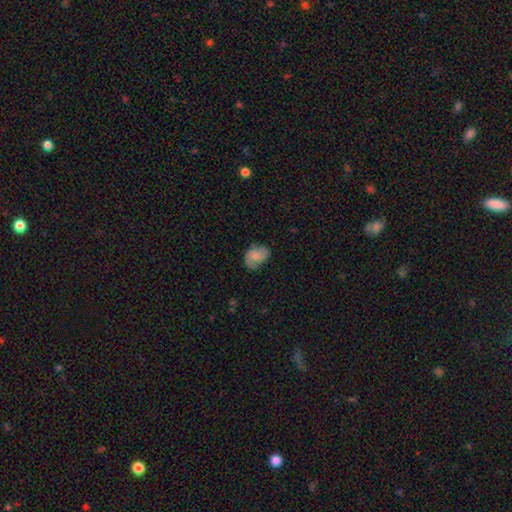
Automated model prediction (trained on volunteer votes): Morphology: type=smooth (53%); roundness=in between (73%); merging=none (64%).